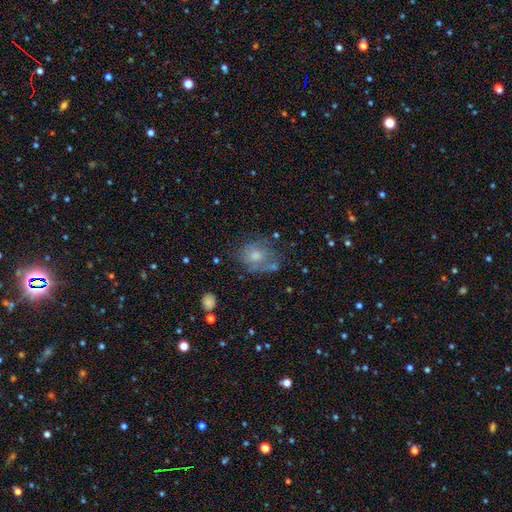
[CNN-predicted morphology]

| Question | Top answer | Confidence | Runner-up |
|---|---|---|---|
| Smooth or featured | smooth | 57% | featured or disk (31%) |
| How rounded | round | 55% | in between (44%) |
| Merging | none | 50% | minor disturbance (25%) |